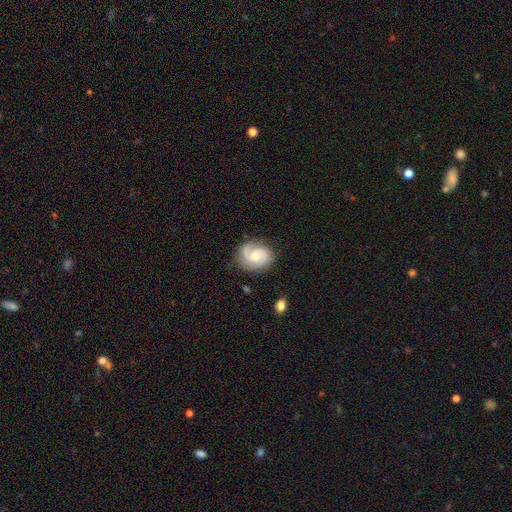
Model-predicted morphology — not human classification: Smooth or featured? featured or disk (78%)
Edge-on disk? no (98%)
Bar? no (62%)
Spiral arms? yes (96%)
Spiral winding? medium (47%)
Spiral arm count? 2 (80%)
Bulge size? moderate (50%)
Merging? none (78%)